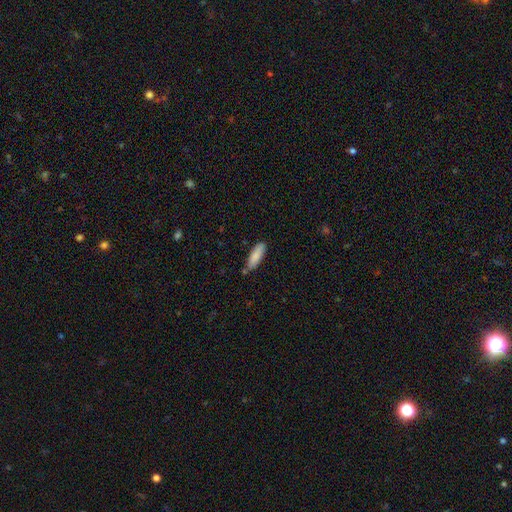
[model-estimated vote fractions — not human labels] Smooth or featured: smooth — 85% (featured or disk — 9%)
How rounded: in between — 53% (cigar-shaped — 46%)
Merging: none — 77% (minor disturbance — 15%)